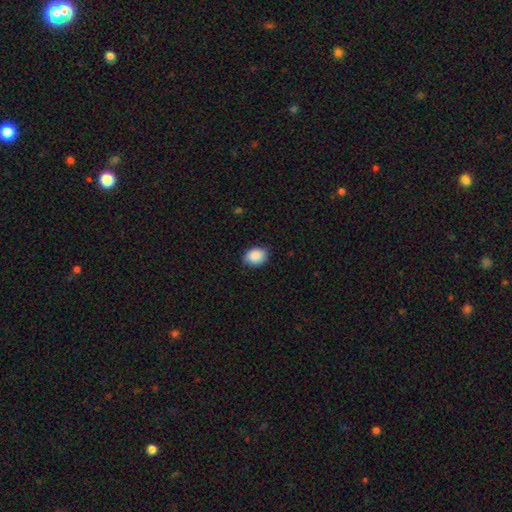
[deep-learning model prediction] Smooth or featured? smooth (89%)
How rounded? in between (62%)
Merging? none (82%)